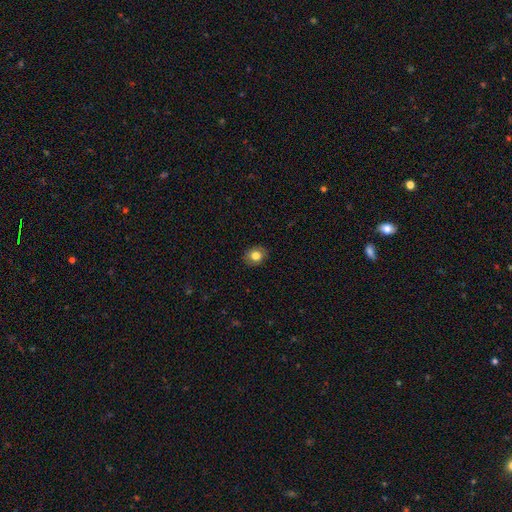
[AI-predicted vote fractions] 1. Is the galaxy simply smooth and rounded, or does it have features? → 78% smooth, 13% featured or disk, 9% star or artifact.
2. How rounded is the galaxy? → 57% round, 42% in between, 1% cigar-shaped.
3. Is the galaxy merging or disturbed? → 87% none, 10% minor disturbance, 2% major disturbance, 1% merger.